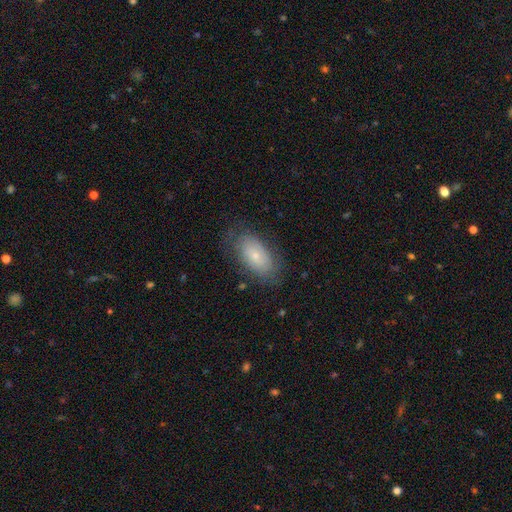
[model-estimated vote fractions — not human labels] This is likely a smooth galaxy (64%). How rounded: clearly in between (93%). Merging: likely none (72%).